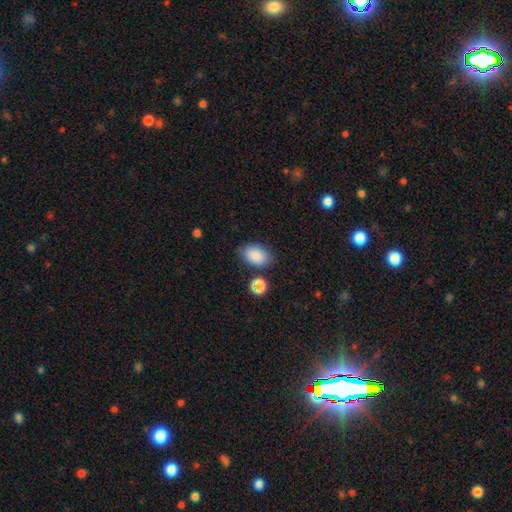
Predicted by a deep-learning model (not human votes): smooth_or_featured: smooth (p=0.86) [alt: star or artifact p=0.08]
how_rounded: in between (p=0.88) [alt: round p=0.10]
merging: none (p=0.77) [alt: minor disturbance p=0.14]